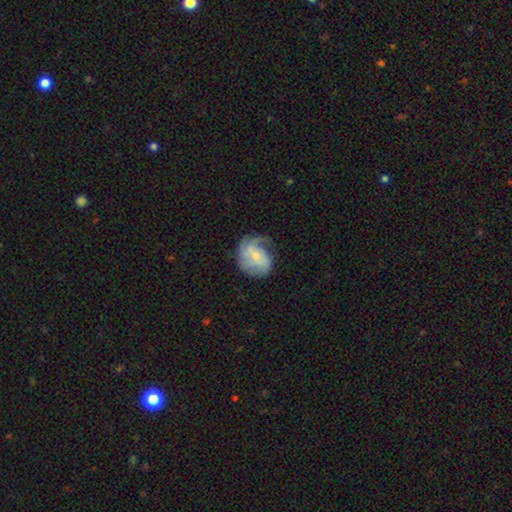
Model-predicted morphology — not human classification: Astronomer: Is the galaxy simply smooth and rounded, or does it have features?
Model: featured or disk — 66%.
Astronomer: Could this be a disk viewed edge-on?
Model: no — 97%.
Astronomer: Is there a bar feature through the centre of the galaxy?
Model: no — 53% (runner-up: weak, 38%).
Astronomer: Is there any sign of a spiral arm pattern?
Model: yes — 86%.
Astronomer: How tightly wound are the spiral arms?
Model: medium — 39% (runner-up: tight, 33%).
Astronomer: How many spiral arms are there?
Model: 2 — 32% (runner-up: 1, 28%).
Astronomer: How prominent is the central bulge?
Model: small — 60%.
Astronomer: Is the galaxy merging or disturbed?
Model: none — 48% (runner-up: minor disturbance, 28%).